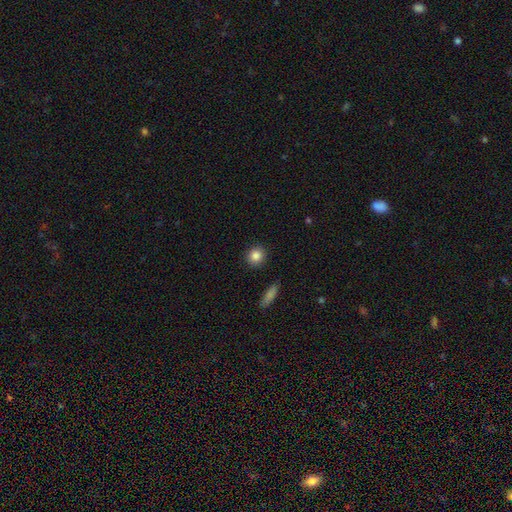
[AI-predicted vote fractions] Smooth or featured?
  - smooth: 85% *
  - star or artifact: 9%
  - featured or disk: 6%
How rounded?
  - round: 88% *
  - in between: 11%
  - cigar-shaped: 1%
Merging?
  - none: 90% *
  - minor disturbance: 6%
  - major disturbance: 2%
  - merger: 2%